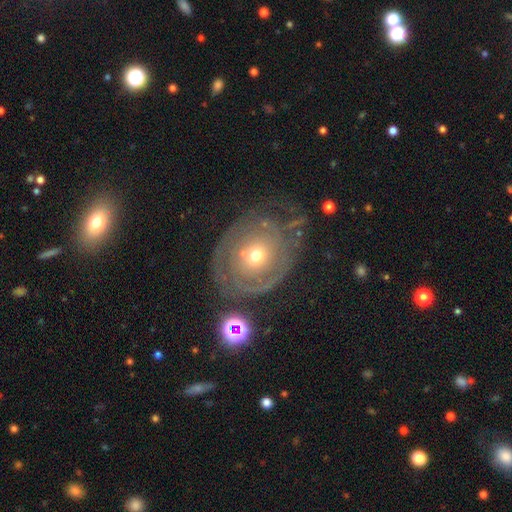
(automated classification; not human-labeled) Smooth or featured? Predicted: featured or disk (p=0.75). Edge-on disk? Predicted: no (p=0.97). Bar? Predicted: no (p=0.84). Spiral arms? Predicted: yes (p=0.78). Spiral winding? Predicted: tight (p=0.68). Spiral arm count? Predicted: 2 (p=0.40). Bulge size? Predicted: moderate (p=0.51). Merging? Predicted: none (p=0.61).